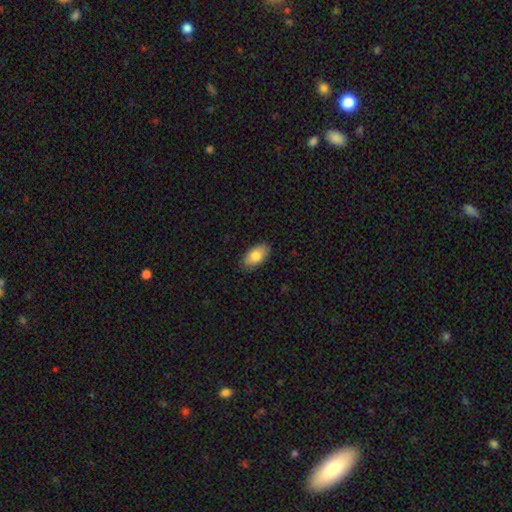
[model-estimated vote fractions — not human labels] The model was most divided on "smooth or featured": smooth: 81%, featured or disk: 13%, star or artifact: 6%. More confident: how rounded — in between (94%); merging — none (86%).